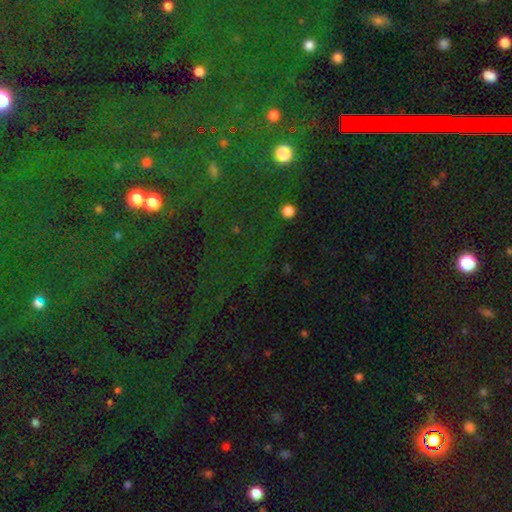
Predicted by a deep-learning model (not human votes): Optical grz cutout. It shows a star or artifact, not a galaxy (73%).